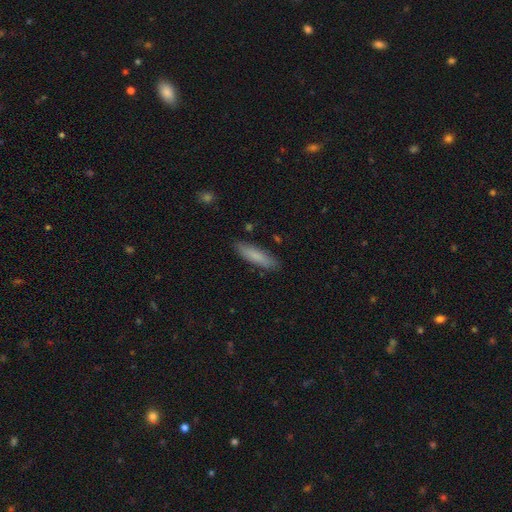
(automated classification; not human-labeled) Q: Smooth or featured?
A: smooth (81%); runner-up: featured or disk (13%)
Q: How rounded?
A: cigar-shaped (72%); runner-up: in between (27%)
Q: Merging?
A: none (86%); runner-up: minor disturbance (11%)